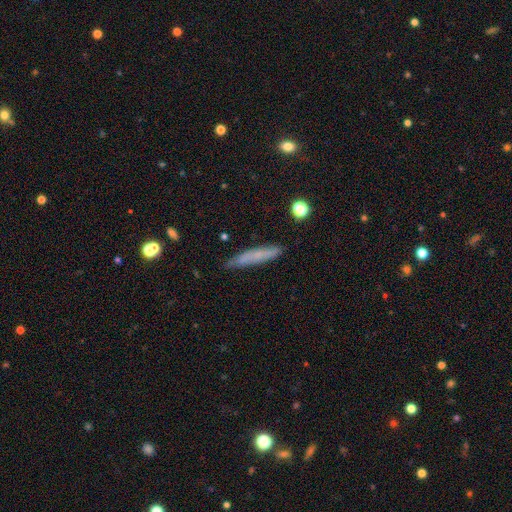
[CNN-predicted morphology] Overall: smooth (66%). How rounded: cigar-shaped (91%). Merging: none (82%).